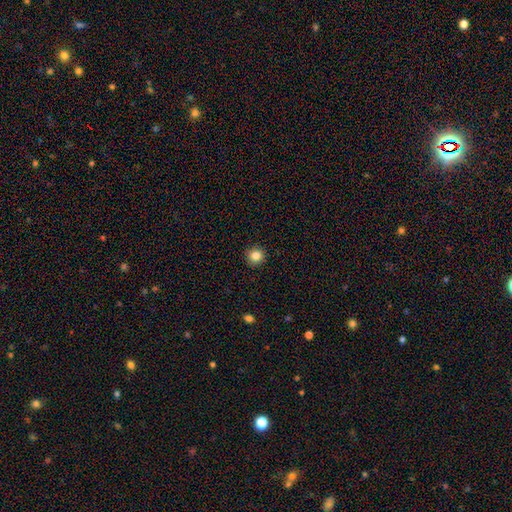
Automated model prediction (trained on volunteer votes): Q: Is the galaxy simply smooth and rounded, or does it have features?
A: smooth — 84%.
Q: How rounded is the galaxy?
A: round — 94%.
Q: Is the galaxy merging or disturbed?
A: none — 92%.